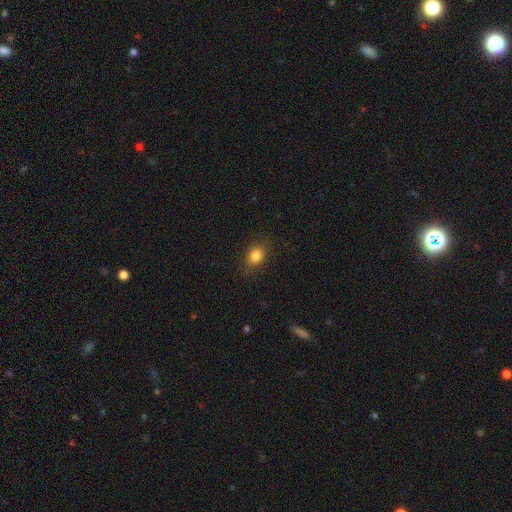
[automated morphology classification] Smooth or featured? Predicted: smooth (p=0.83). How rounded? Predicted: round (p=0.55). Merging? Predicted: none (p=0.84).